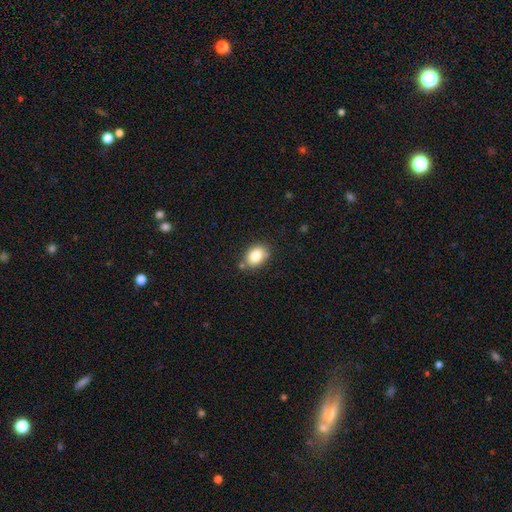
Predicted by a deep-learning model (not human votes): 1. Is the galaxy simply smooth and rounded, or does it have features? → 84% smooth, 8% star or artifact, 8% featured or disk.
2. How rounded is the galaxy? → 74% in between, 25% round, 1% cigar-shaped.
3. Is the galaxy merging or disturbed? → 77% none, 15% minor disturbance, 5% merger, 3% major disturbance.